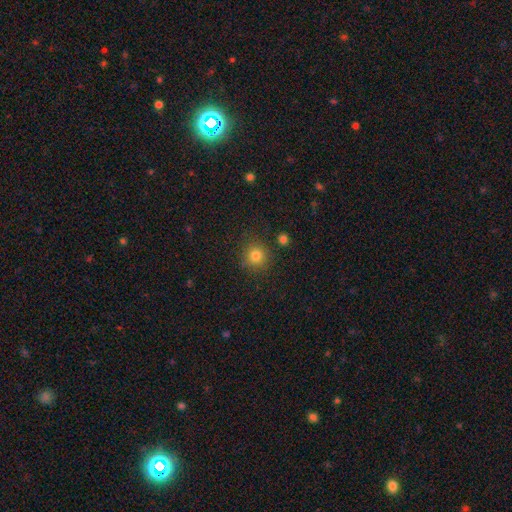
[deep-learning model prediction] This appears to be a smooth galaxy with no disk features (81%) that is round (92%). Merging: none (85%).